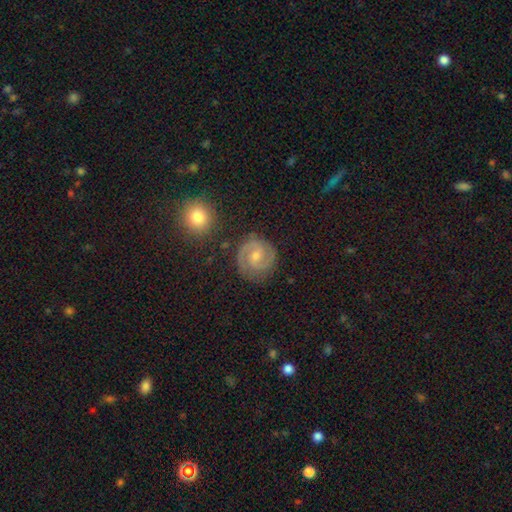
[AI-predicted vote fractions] The model was most divided on "bulge size": moderate: 47%, small: 46%, none: 4%, large: 2%, dominant: 1%. Remaining: edge-on disk — no (98%); spiral arms — yes (97%); spiral arm count — 2 (90%); smooth or featured — featured or disk (83%); merging — none (82%); spiral winding — tight (52%); bar — weak (46%).